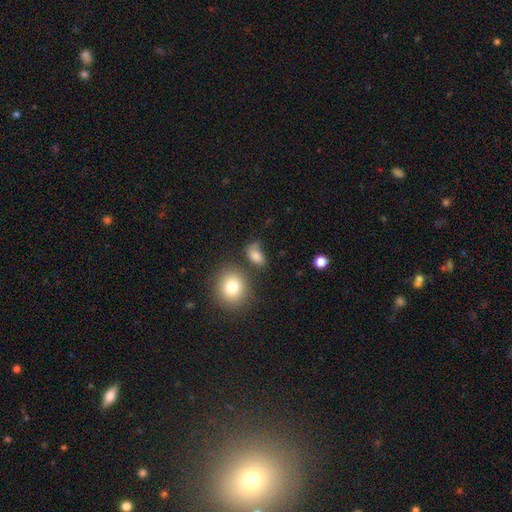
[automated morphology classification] Smooth or featured: smooth — 78% (star or artifact — 12%)
How rounded: in between — 78% (round — 19%)
Merging: none — 48% (minor disturbance — 26%)